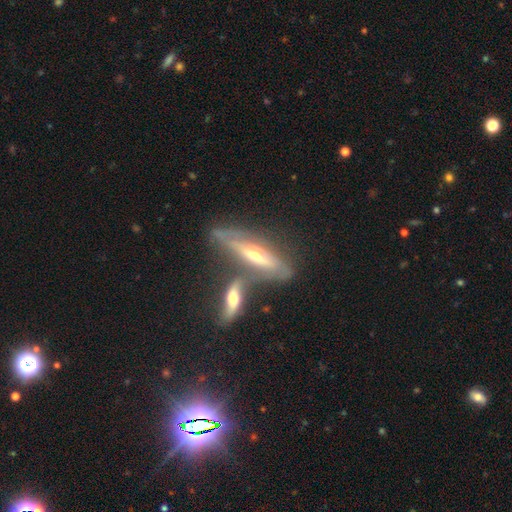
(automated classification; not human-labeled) The model was most divided on "merging": merger: 42%, none: 37%, minor disturbance: 14%, major disturbance: 8%. More confident: edge-on disk — yes (71%); smooth or featured — featured or disk (66%).